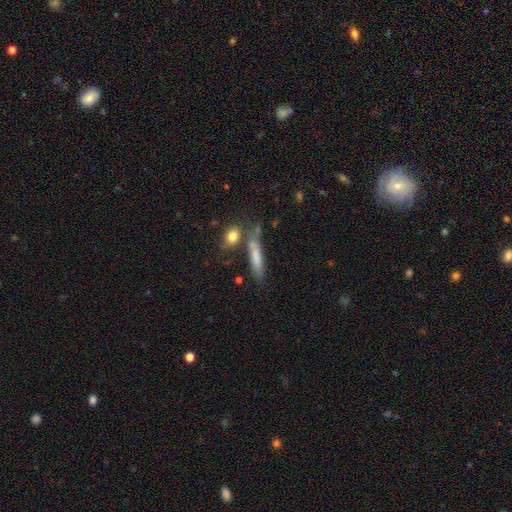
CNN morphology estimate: This is likely a smooth galaxy (62%). How rounded: clearly cigar-shaped (82%). Merging: likely none (66%).